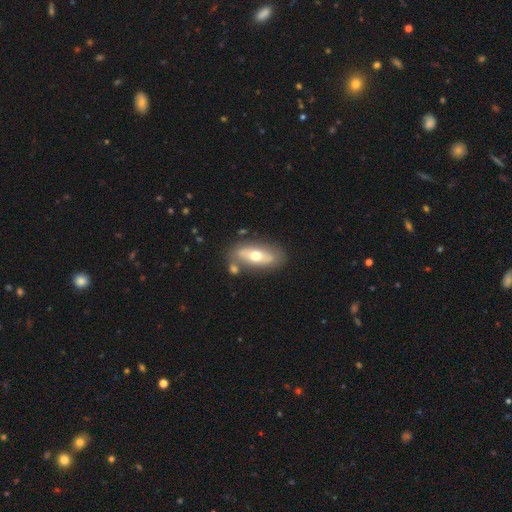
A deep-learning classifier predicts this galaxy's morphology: Q: Smooth or featured?
A: smooth (51%); runner-up: featured or disk (43%)
Q: How rounded?
A: in between (76%); runner-up: cigar-shaped (19%)
Q: Merging?
A: none (70%); runner-up: minor disturbance (15%)